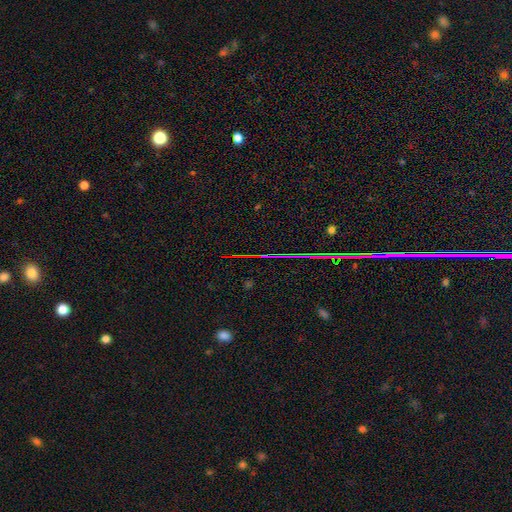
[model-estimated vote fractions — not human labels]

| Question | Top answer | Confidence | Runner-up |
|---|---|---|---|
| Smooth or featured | star or artifact | 83% | smooth (9%) |